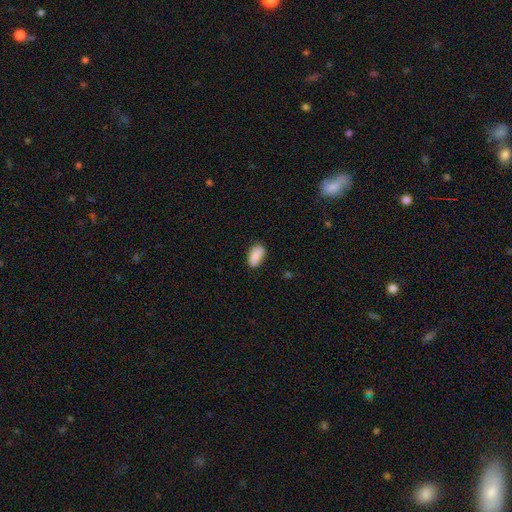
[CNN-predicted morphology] This appears to be a smooth galaxy with no disk features (88%) that is in between round and cigar-shaped (93%). Merging: none (80%).